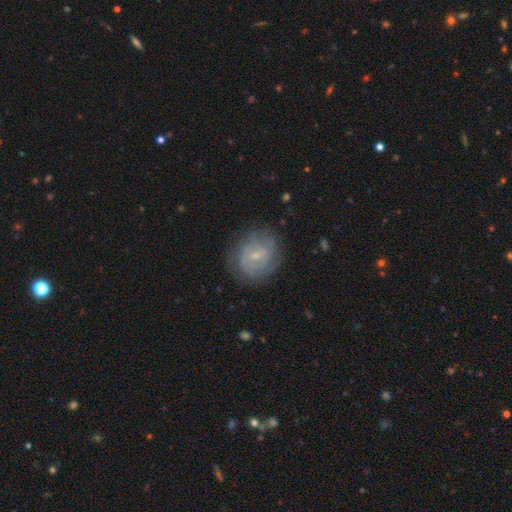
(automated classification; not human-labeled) Smooth or featured? featured or disk (63%)
Edge-on disk? no (97%)
Bar? weak (55%)
Spiral arms? yes (81%)
Bulge size? small (75%)
Merging? none (77%)